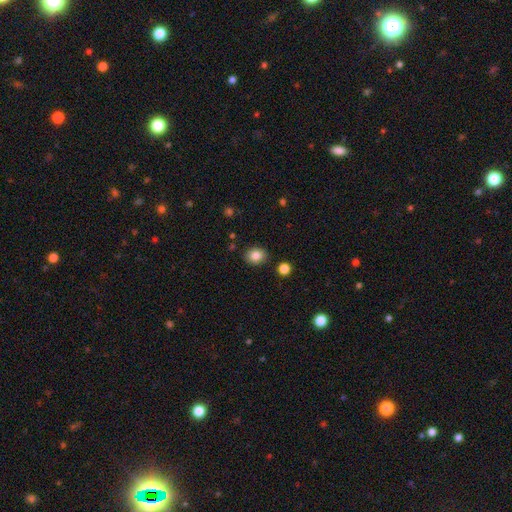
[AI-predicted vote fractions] smooth-or-featured: smooth: 84% | star or artifact: 10% | featured or disk: 6%
  how-rounded: round: 60% | in between: 39% | cigar-shaped: 1%
  merging: none: 87% | minor disturbance: 8% | merger: 2% | major disturbance: 2%